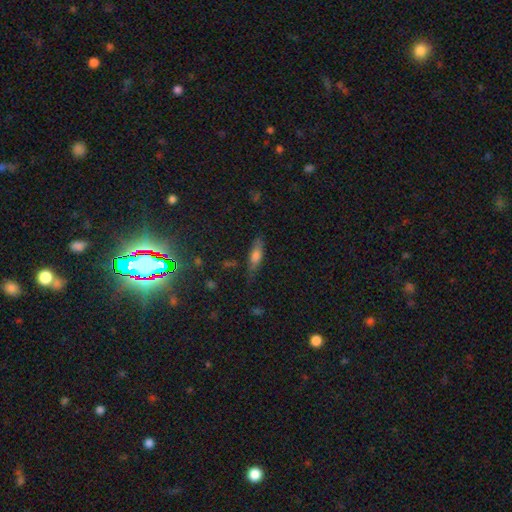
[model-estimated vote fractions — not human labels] The model was most divided on "how rounded": in between: 54%, cigar-shaped: 43%, round: 3%. More confident: merging — none (70%); smooth or featured — smooth (67%).